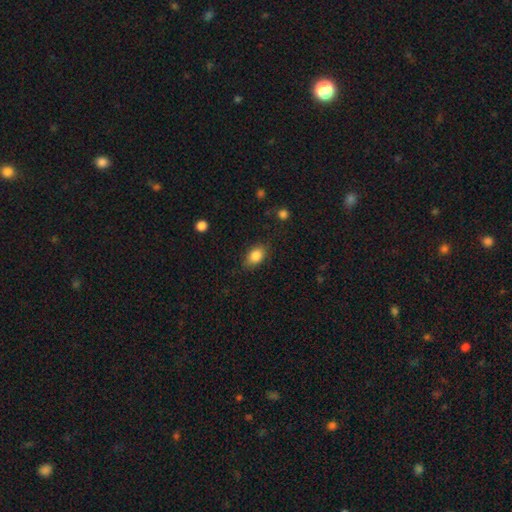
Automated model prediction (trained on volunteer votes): This appears to be a smooth galaxy with no disk features (85%) that is in between round and cigar-shaped (82%). Merging: none (81%).